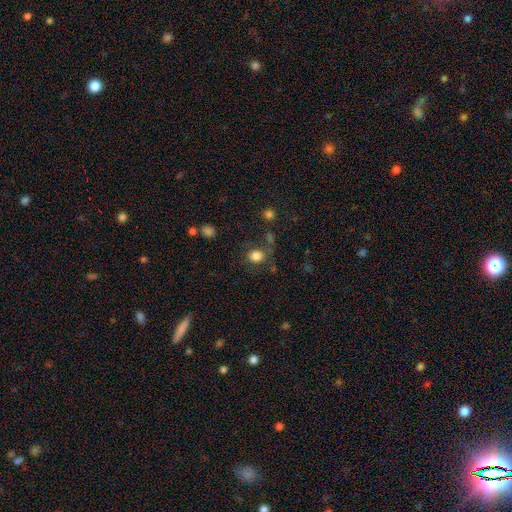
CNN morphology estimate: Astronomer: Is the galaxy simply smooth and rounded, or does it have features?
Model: smooth — 83%.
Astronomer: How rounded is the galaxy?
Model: round — 70%.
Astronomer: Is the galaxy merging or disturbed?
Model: none — 73%.